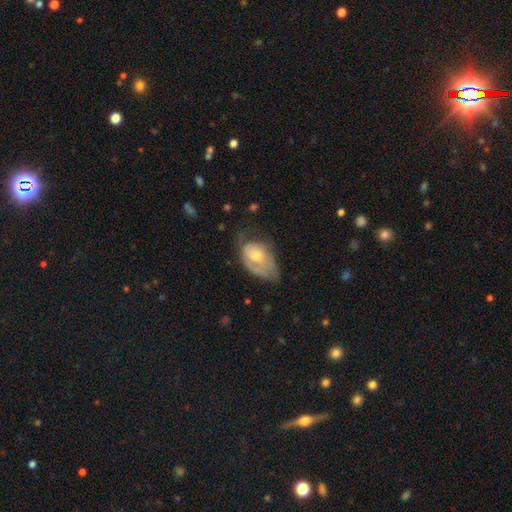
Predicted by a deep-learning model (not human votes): featured or disk 48%, smooth 45%, star or artifact 7%. Down the decision tree: merging — none (36%).